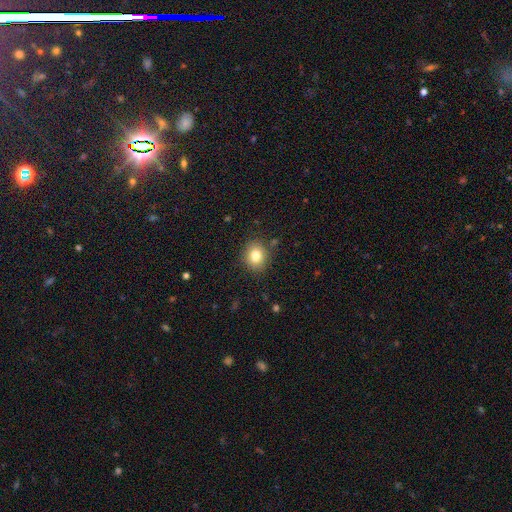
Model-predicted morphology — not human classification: smooth-or-featured: smooth: 81% | star or artifact: 11% | featured or disk: 8%
  how-rounded: round: 68% | in between: 31% | cigar-shaped: 1%
  merging: none: 87% | minor disturbance: 9% | major disturbance: 3% | merger: 2%